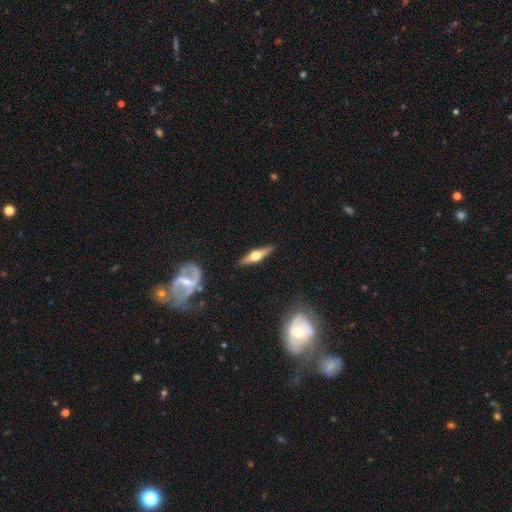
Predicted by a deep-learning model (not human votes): This appears to be a featured or disk galaxy (71%) viewed edge-on (96%) with a rounded central bulge (94%). Merging: none (89%).